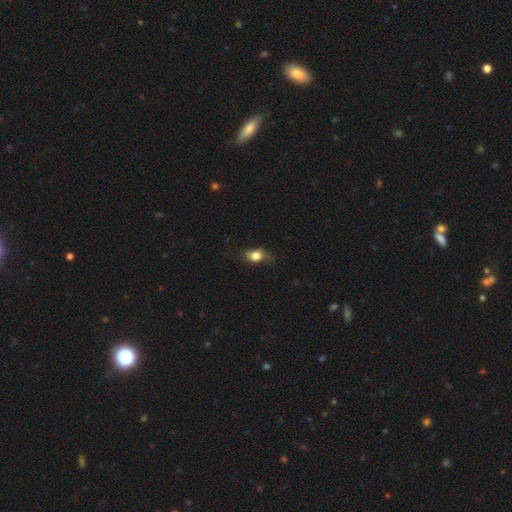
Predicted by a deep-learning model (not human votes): This is likely a smooth galaxy (72%). How rounded: possibly in between (58%). Merging: possibly none (59%).